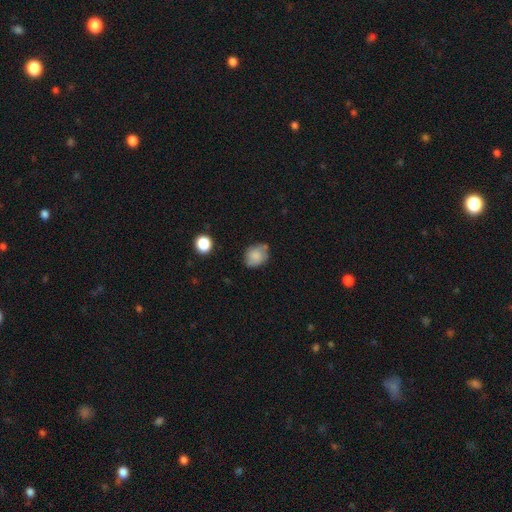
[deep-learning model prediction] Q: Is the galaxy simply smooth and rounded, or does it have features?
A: smooth — 80%.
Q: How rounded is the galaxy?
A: in between — 50%.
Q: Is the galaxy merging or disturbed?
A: none — 64%.